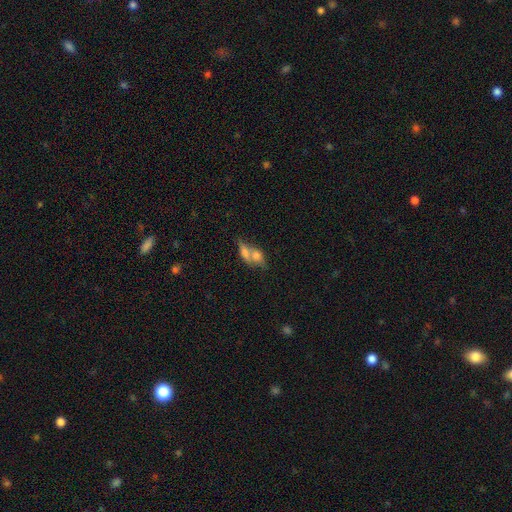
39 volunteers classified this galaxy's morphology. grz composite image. It shows a smooth galaxy with no disk features (67%) that is in between round and cigar-shaped (81%). Merging: merger (67%).